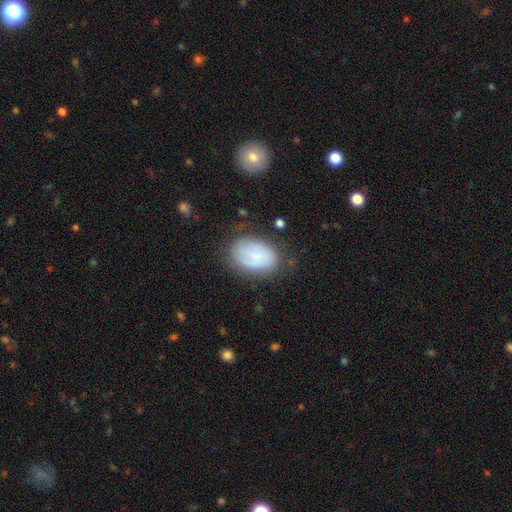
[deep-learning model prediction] A smooth galaxy with no disk features (63%) that is in between round and cigar-shaped (85%). Merging: none (70%).